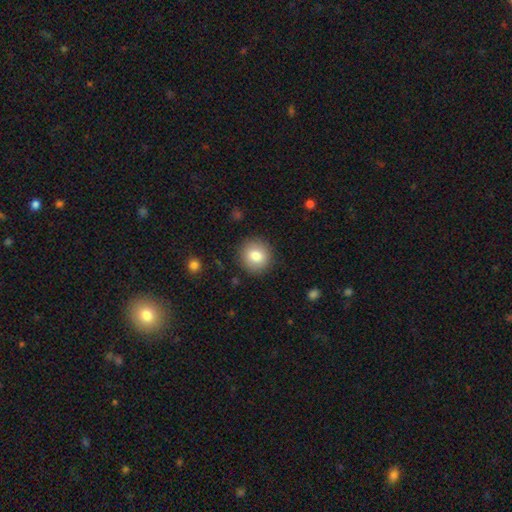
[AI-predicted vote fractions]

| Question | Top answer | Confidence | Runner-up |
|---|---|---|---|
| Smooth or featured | smooth | 82% | featured or disk (10%) |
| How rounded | round | 90% | in between (9%) |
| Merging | none | 89% | minor disturbance (7%) |